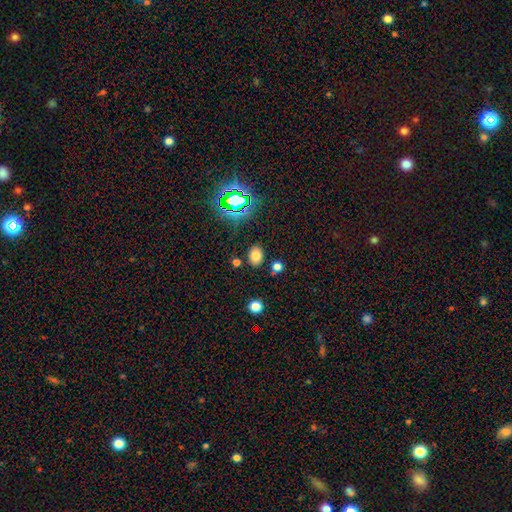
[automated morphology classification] type=smooth (73%); roundness=in between (69%); merging=none (82%).